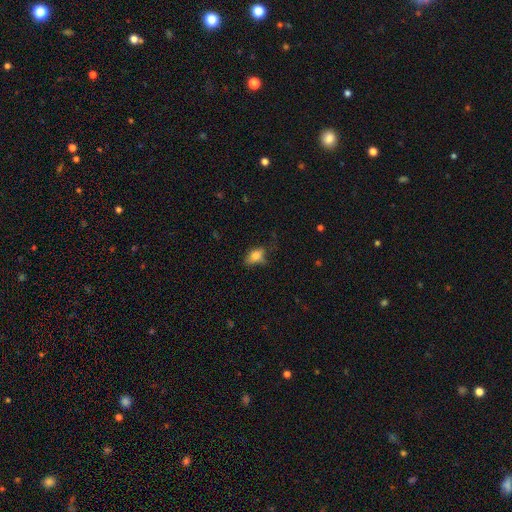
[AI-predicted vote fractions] smooth-or-featured: smooth: 72% | featured or disk: 18% | star or artifact: 11%
  how-rounded: in between: 78% | round: 15% | cigar-shaped: 6%
  merging: none: 48% | minor disturbance: 32% | major disturbance: 17% | merger: 2%